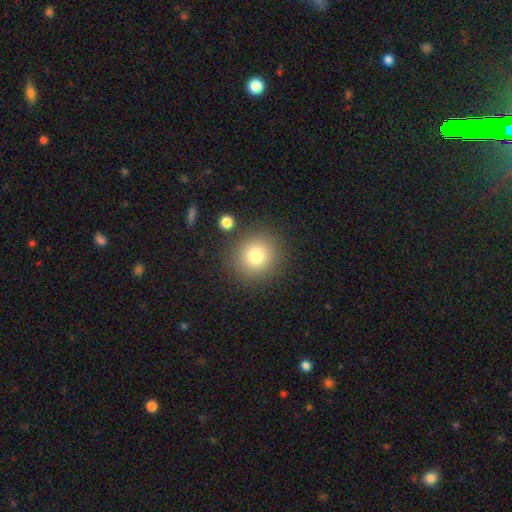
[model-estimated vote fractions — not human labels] Q: Smooth or featured?
A: smooth (78%); runner-up: star or artifact (13%)
Q: How rounded?
A: round (92%); runner-up: in between (7%)
Q: Merging?
A: none (86%); runner-up: minor disturbance (7%)